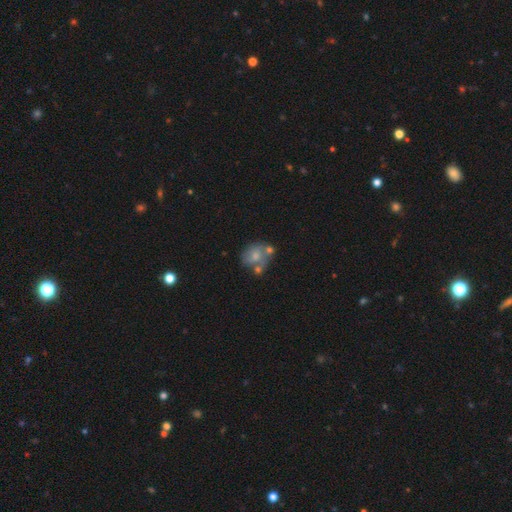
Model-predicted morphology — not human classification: This appears to be a smooth galaxy with no disk features (52%) that is round (53%). Merging: none (40%).